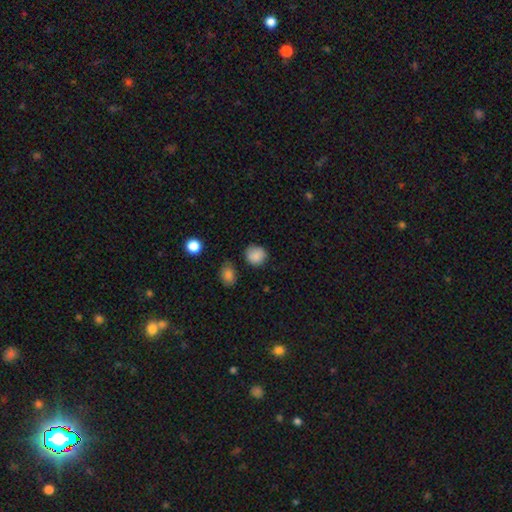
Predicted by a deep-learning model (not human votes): smooth 87%, star or artifact 9%, featured or disk 4%. Down the decision tree: how rounded — round (83%); merging — none (79%).